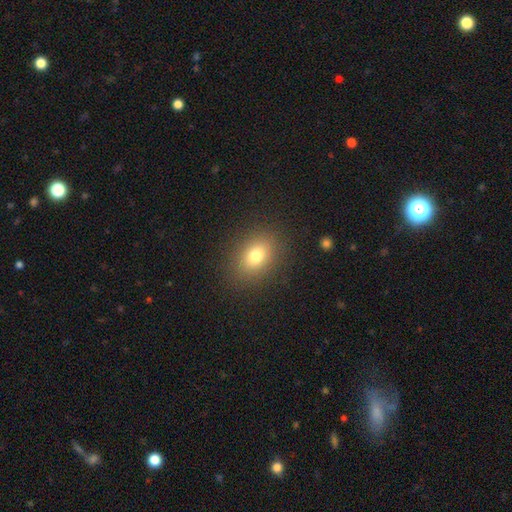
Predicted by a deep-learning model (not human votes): smooth 77%, star or artifact 12%, featured or disk 11%. Down the decision tree: how rounded — in between (66%); merging — none (87%).